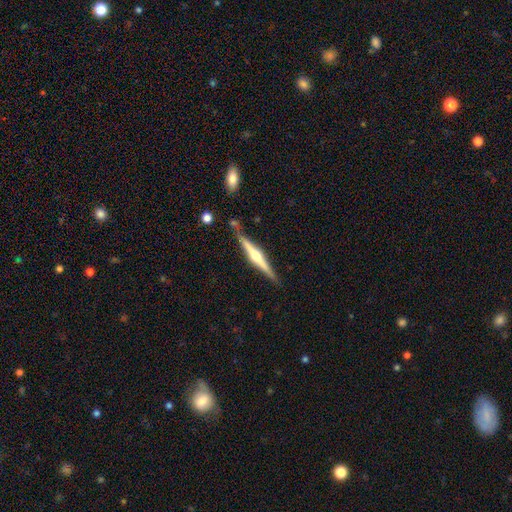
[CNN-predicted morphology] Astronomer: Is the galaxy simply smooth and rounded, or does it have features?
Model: featured or disk — 77%.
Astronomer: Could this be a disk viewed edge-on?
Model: yes — 98%.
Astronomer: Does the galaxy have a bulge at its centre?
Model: rounded — 88%.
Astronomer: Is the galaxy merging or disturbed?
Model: none — 83%.